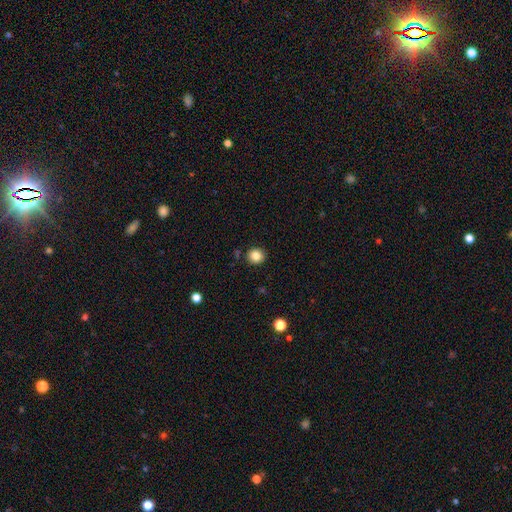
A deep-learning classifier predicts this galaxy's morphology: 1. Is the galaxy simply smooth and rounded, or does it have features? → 84% smooth, 11% star or artifact, 5% featured or disk.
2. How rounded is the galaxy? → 90% round, 9% in between, 1% cigar-shaped.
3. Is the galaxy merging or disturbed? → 90% none, 6% minor disturbance, 2% merger, 2% major disturbance.